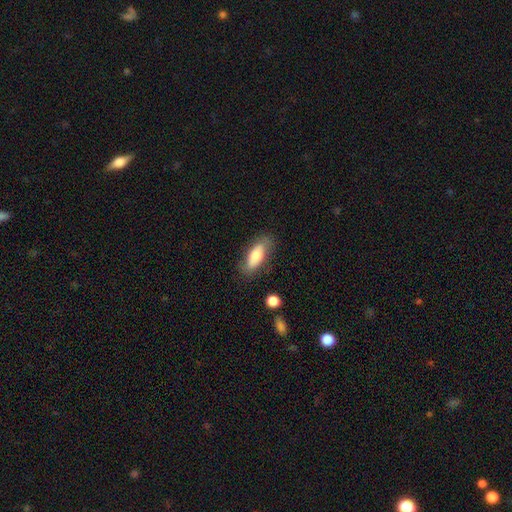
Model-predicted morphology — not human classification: Smooth or featured?
  - smooth: 75% *
  - featured or disk: 19%
  - star or artifact: 7%
How rounded?
  - in between: 75% *
  - cigar-shaped: 23%
  - round: 3%
Merging?
  - none: 76% *
  - minor disturbance: 17%
  - major disturbance: 5%
  - merger: 2%